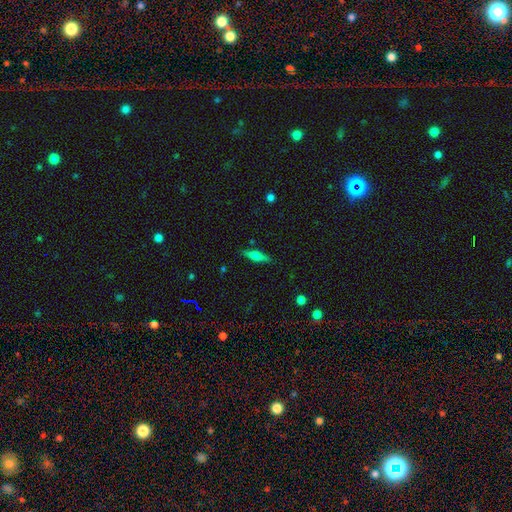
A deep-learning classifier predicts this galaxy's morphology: Overall: featured or disk (50%; smooth 43%). Merging: none (87%).